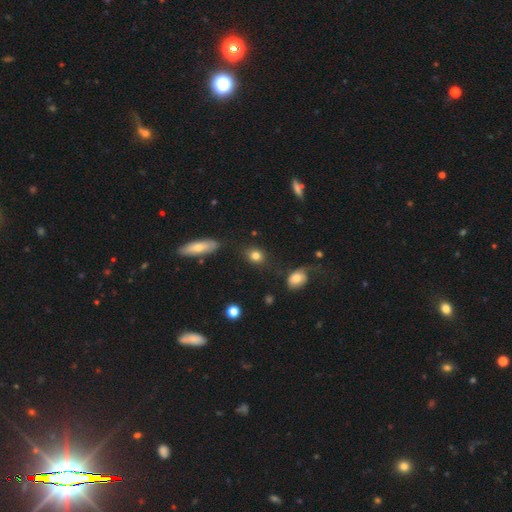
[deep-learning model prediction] Smooth or featured? smooth (81%)
How rounded? round (52%)
Merging? none (77%)